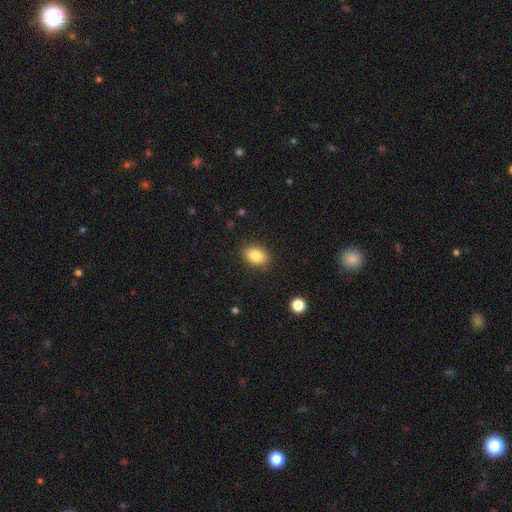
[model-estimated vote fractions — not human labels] A smooth galaxy with no disk features (85%) that is in between round and cigar-shaped (77%). Merging: none (87%).